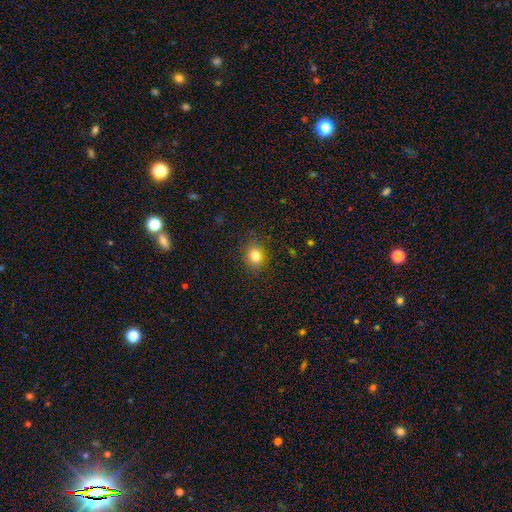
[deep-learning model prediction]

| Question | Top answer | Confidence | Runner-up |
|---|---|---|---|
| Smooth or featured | smooth | 80% | star or artifact (12%) |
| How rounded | in between | 50% | round (49%) |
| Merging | none | 85% | minor disturbance (11%) |